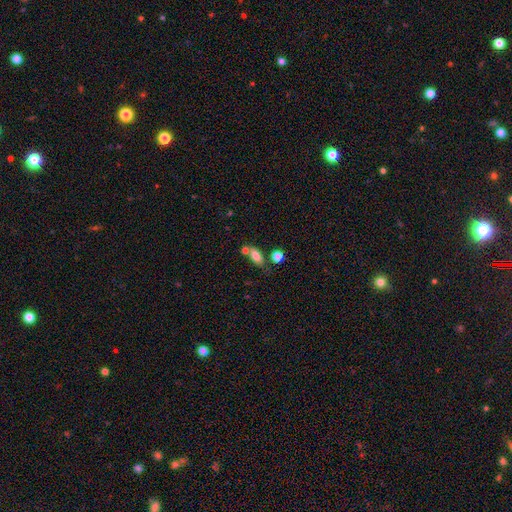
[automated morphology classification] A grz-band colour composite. It shows a smooth galaxy with no disk features (78%) that is in between round and cigar-shaped (82%). Merging: none (55%).